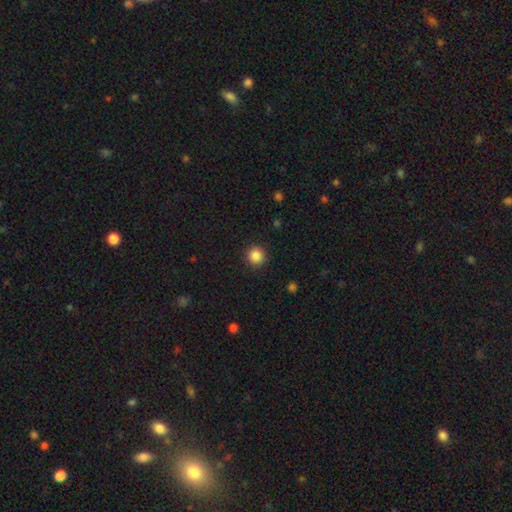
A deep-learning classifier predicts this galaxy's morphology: smooth_or_featured: smooth (p=0.86) [alt: star or artifact p=0.10]
how_rounded: round (p=0.95) [alt: in between p=0.04]
merging: none (p=0.92) [alt: minor disturbance p=0.05]